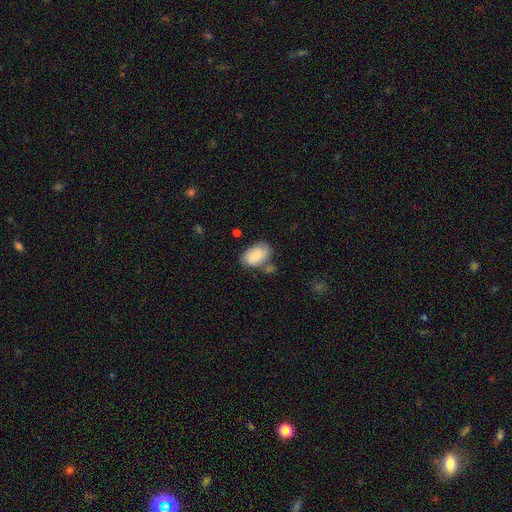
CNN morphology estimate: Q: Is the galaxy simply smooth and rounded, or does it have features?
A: smooth — 78%.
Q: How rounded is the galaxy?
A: in between — 91%.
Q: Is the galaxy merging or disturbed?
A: none — 54%.